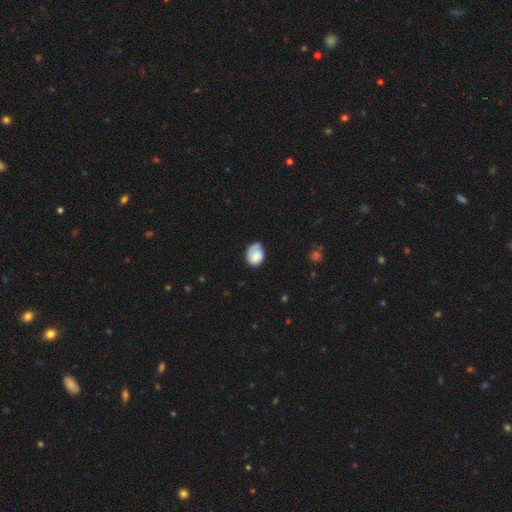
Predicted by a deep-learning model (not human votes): Smooth or featured? Predicted: smooth (p=0.75). How rounded? Predicted: in between (p=0.64). Merging? Predicted: none (p=0.50).